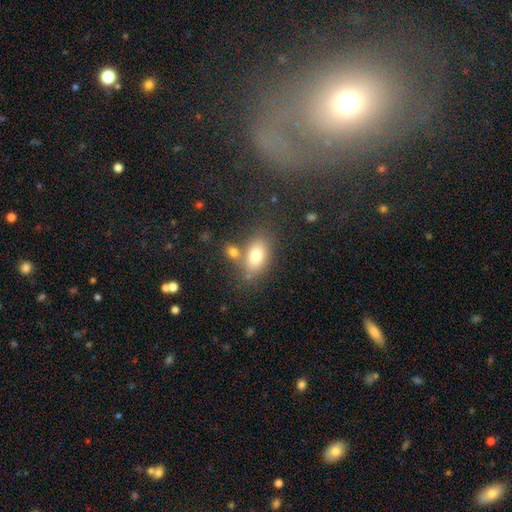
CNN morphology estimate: A smooth galaxy with no disk features (76%) that is in between round and cigar-shaped (85%). Merging: none (60%).